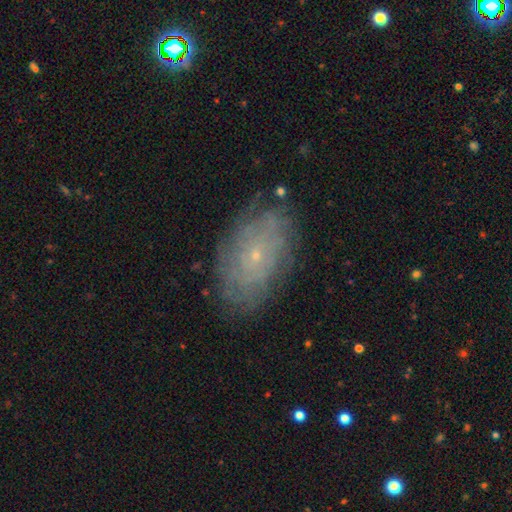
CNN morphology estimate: Smooth or featured: featured or disk — 60% (smooth — 30%)
Edge-on disk: no — 93% (yes — 7%)
Bar: no — 87% (weak — 11%)
Spiral arms: yes — 70% (no — 30%)
Bulge size: small — 88% (moderate — 8%)
Merging: none — 79% (minor disturbance — 15%)